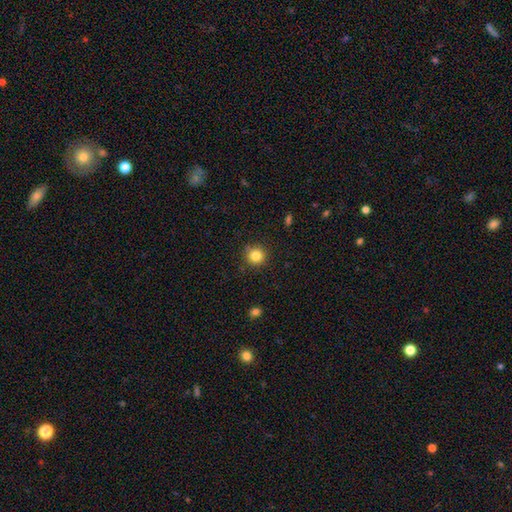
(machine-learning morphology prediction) This appears to be a smooth galaxy with no disk features (83%) that is round (93%). Merging: none (88%).